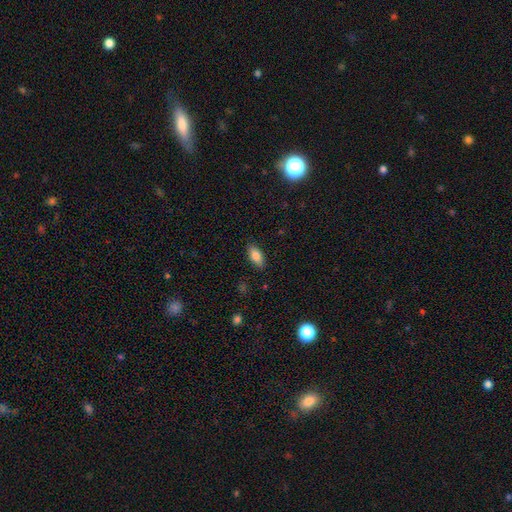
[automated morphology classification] The model was most divided on "smooth or featured": smooth: 82%, featured or disk: 10%, star or artifact: 8%. More confident: how rounded — in between (87%); merging — none (87%).